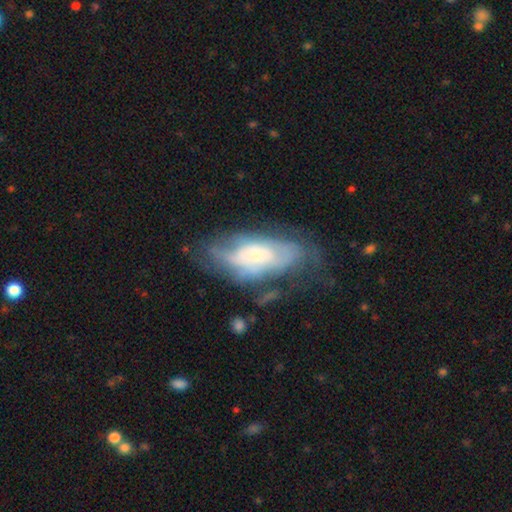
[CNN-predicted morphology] type=featured or disk (64%); edge-on=no (89%); bar=no (71%); spiral arms=yes (72%); bulge=small (55%); merging=none (48%).